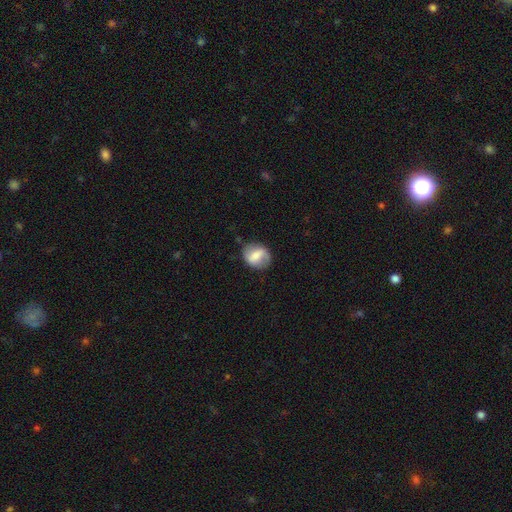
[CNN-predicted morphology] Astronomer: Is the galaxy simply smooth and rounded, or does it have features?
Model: smooth — 51% (runner-up: featured or disk, 41%).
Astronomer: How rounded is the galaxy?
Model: round — 59% (runner-up: in between, 40%).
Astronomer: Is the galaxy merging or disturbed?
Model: none — 69%.